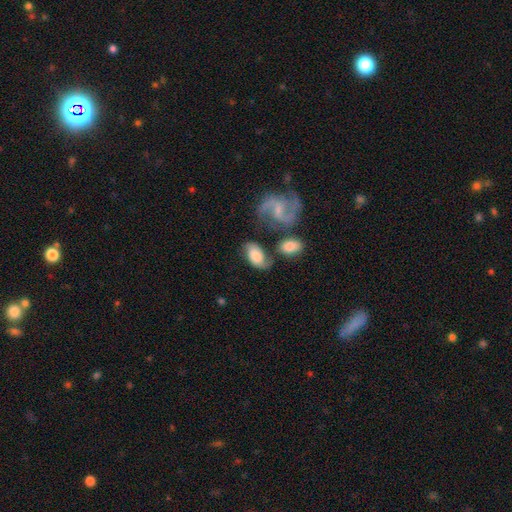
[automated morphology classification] The model was most divided on "smooth or featured": smooth: 57%, featured or disk: 36%, star or artifact: 7%. Remaining: how rounded — in between (91%); merging — none (46%).